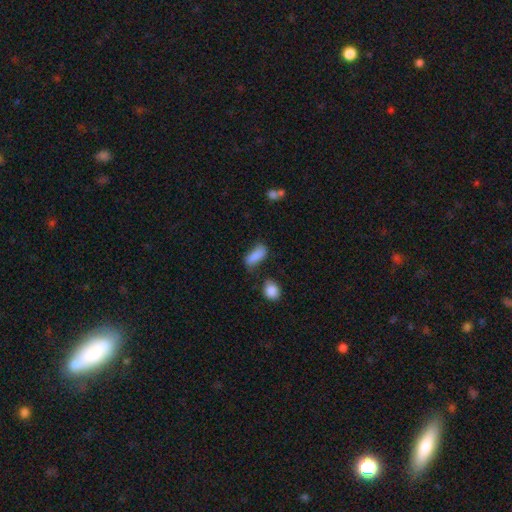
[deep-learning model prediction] The model was most divided on "merging": none: 57%, minor disturbance: 26%, major disturbance: 9%, merger: 8%. More confident: smooth or featured — smooth (84%); how rounded — in between (80%).